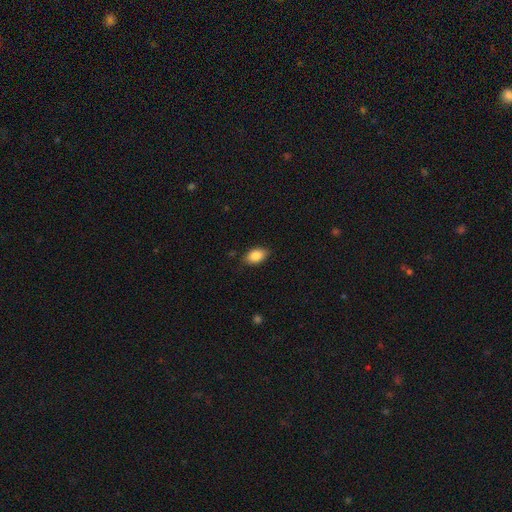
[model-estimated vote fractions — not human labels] Overall: smooth (87%). How rounded: in between (90%). Merging: none (85%).